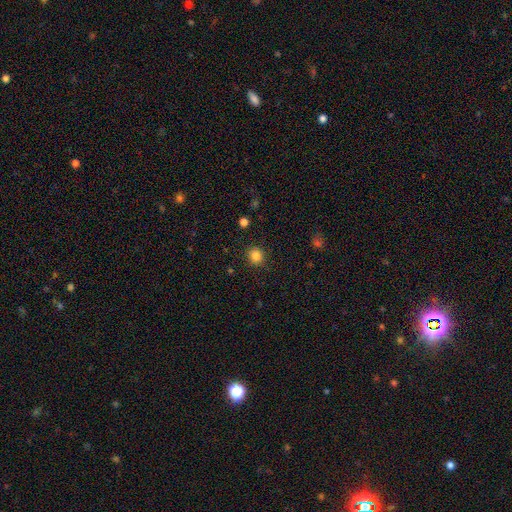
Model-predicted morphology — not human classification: A smooth galaxy with no disk features (84%) that is round (87%). Merging: none (91%).